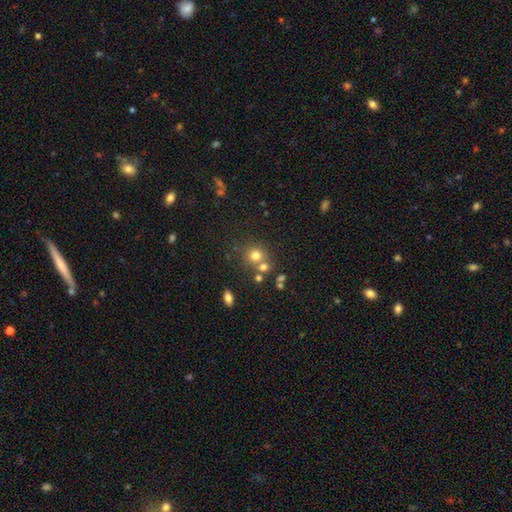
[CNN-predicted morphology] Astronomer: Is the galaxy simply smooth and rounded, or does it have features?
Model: smooth — 72%.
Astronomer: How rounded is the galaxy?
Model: round — 86%.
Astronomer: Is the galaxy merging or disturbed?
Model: none — 61%.